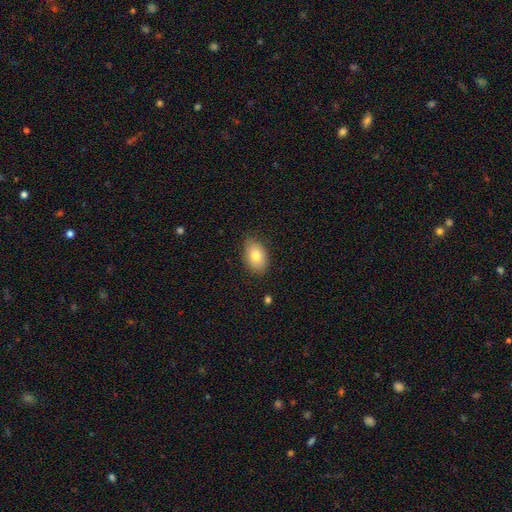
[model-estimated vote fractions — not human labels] smooth-or-featured: smooth: 80% | featured or disk: 12% | star or artifact: 7%
  how-rounded: in between: 86% | round: 13% | cigar-shaped: 1%
  merging: none: 80% | minor disturbance: 16% | major disturbance: 3% | merger: 1%